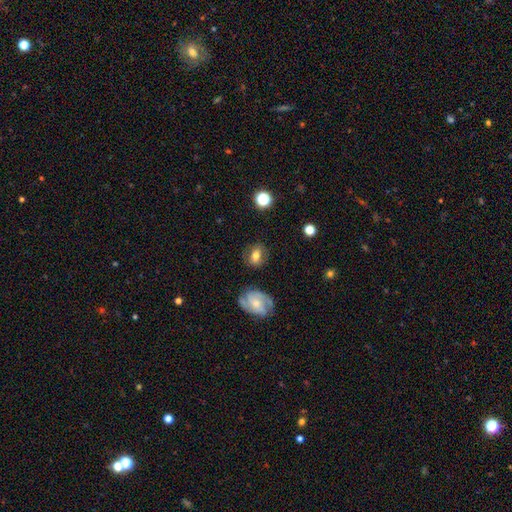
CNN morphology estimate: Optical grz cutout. It shows a smooth galaxy with no disk features (62%) that is in between round and cigar-shaped (54%). Merging: none (78%).